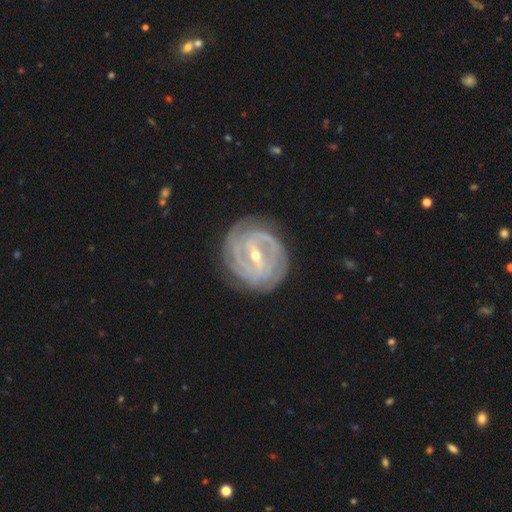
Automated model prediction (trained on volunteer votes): smooth_or_featured: featured or disk (p=0.91) [alt: smooth p=0.04]
disk_edge_on: no (p=0.96) [alt: yes p=0.04]
bar: strong (p=0.57) [alt: weak p=0.33]
has_spiral_arms: yes (p=0.97) [alt: no p=0.03]
spiral_winding: tight (p=0.78) [alt: medium p=0.18]
spiral_arm_count: 3 (p=0.24) [alt: can't tell p=0.23]
bulge_size: small (p=0.53) [alt: moderate p=0.44]
merging: none (p=0.81) [alt: minor disturbance p=0.14]